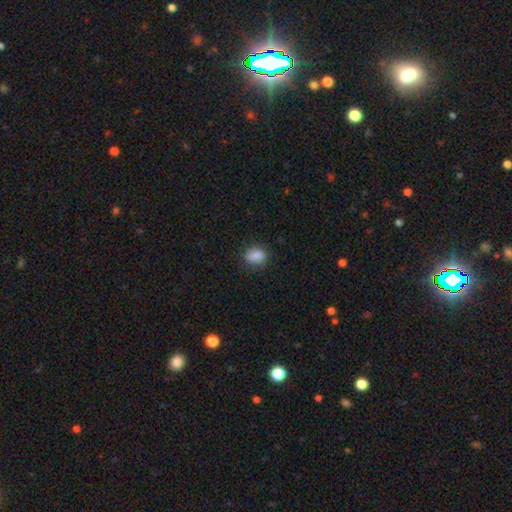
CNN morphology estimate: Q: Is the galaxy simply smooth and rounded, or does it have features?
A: smooth — 87%.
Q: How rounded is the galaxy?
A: in between — 71%.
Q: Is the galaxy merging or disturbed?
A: none — 81%.